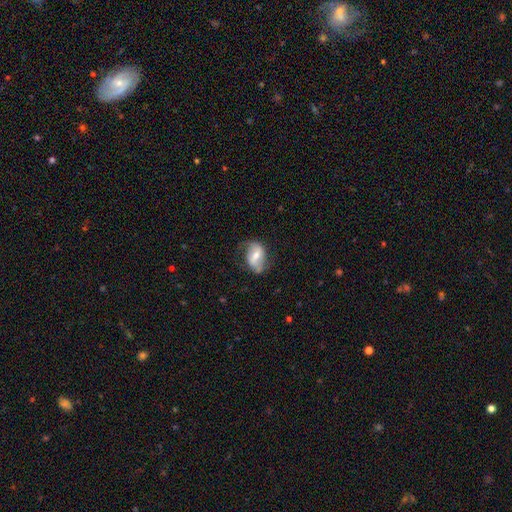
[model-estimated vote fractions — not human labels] Smooth or featured?
  - featured or disk: 60% *
  - smooth: 33%
  - star or artifact: 7%
Edge-on disk?
  - no: 95% *
  - yes: 5%
Bar?
  - weak: 40% * (tied)
  - strong: 40% * (tied)
  - no: 21%
Spiral arms?
  - yes: 75% *
  - no: 25%
Bulge size?
  - moderate: 59% *
  - small: 32%
  - large: 6%
  - none: 2%
  - dominant: 1%
Merging?
  - none: 59% *
  - minor disturbance: 26%
  - major disturbance: 13%
  - merger: 2%